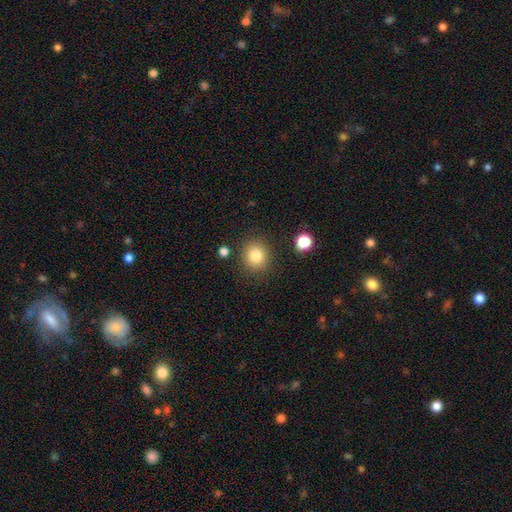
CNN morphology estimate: Smooth or featured?
  - smooth: 83% *
  - star or artifact: 11%
  - featured or disk: 7%
How rounded?
  - round: 85% *
  - in between: 14%
  - cigar-shaped: 1%
Merging?
  - none: 86% *
  - minor disturbance: 8%
  - major disturbance: 3%
  - merger: 3%